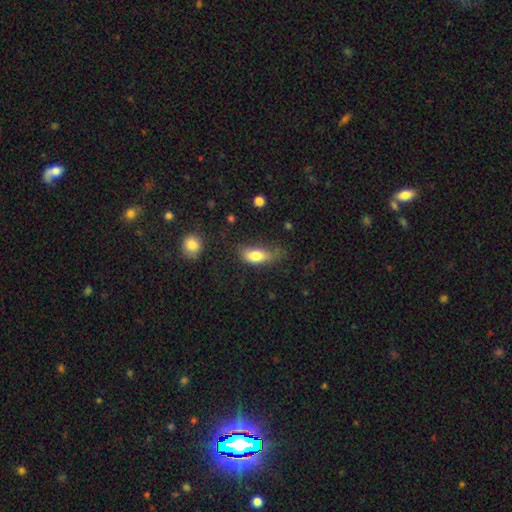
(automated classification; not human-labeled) Overall: smooth (78%). How rounded: in between (82%). Merging: minor disturbance (36%, tied with none).